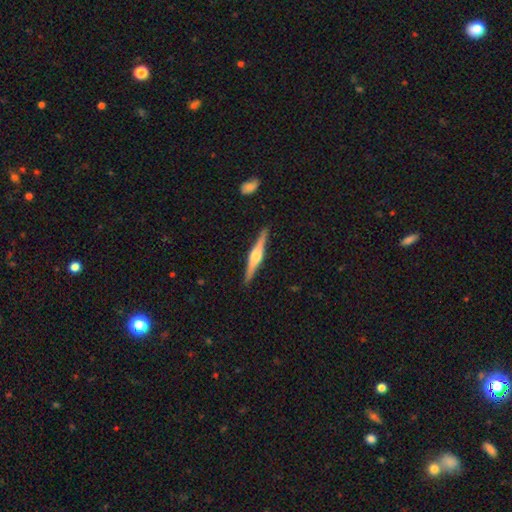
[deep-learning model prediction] The model was most divided on "smooth or featured": featured or disk: 74%, smooth: 21%, star or artifact: 5%. More confident: edge-on disk — yes (98%); merging — none (91%); edge-on bulge — rounded (88%).